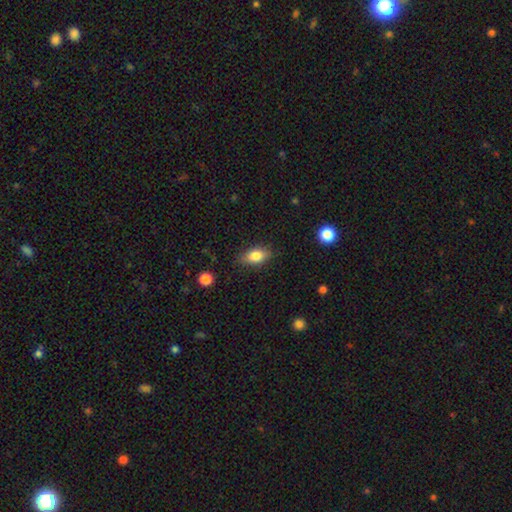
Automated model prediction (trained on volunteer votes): The model was most divided on "merging": none: 82%, minor disturbance: 14%, major disturbance: 3%, merger: 1%. More confident: how rounded — in between (86%); smooth or featured — smooth (81%).